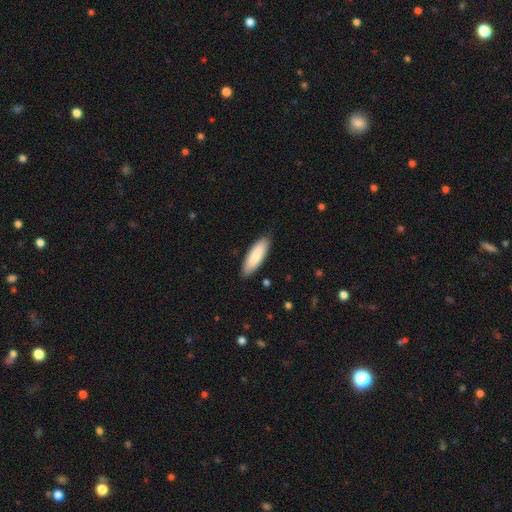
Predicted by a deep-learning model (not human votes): smooth-or-featured: smooth: 85% | featured or disk: 10% | star or artifact: 5%
  how-rounded: in between: 55% | cigar-shaped: 44% | round: 1%
  merging: none: 87% | minor disturbance: 10% | major disturbance: 2% | merger: 1%